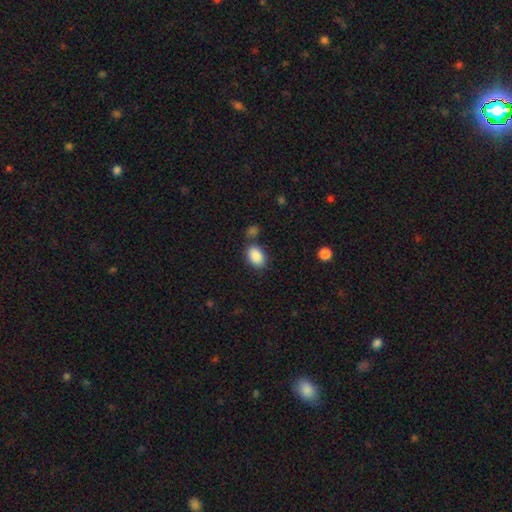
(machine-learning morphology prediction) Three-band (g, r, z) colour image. It shows a smooth galaxy with no disk features (88%) that is in between round and cigar-shaped (85%). Merging: none (74%).